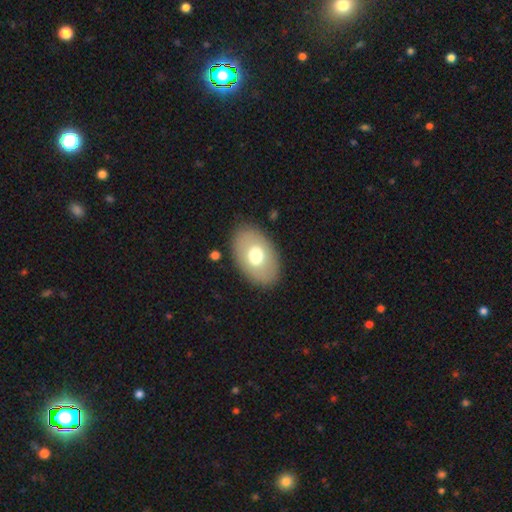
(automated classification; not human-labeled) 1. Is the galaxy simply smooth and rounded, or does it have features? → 66% smooth, 27% featured or disk, 7% star or artifact.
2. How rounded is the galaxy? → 87% in between, 11% round, 1% cigar-shaped.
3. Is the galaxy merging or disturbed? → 87% none, 9% minor disturbance, 3% major disturbance, 1% merger.